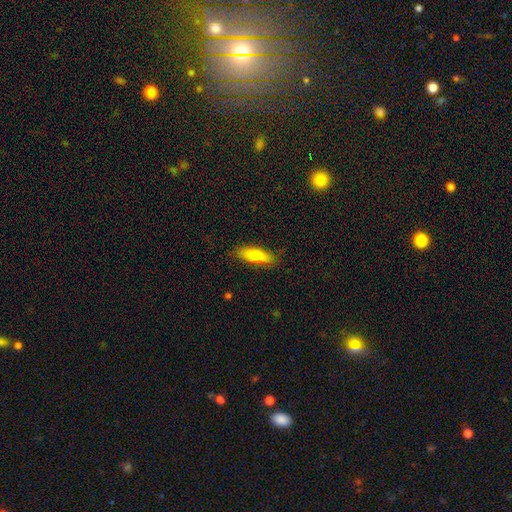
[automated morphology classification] smooth 78%, featured or disk 15%, star or artifact 6%. Down the decision tree: how rounded — in between (54%); merging — none (82%).